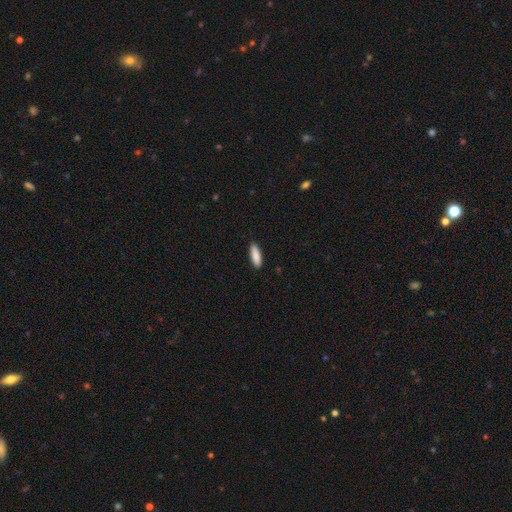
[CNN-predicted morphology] Smooth or featured: smooth — 89% (featured or disk — 6%)
How rounded: in between — 49% (tied with cigar-shaped — 49%)
Merging: none — 89% (minor disturbance — 8%)